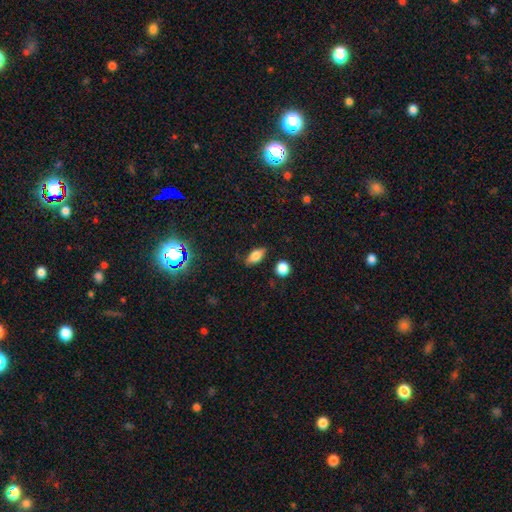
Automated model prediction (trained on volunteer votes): Overall: smooth (73%). How rounded: in between (83%). Merging: none (81%).